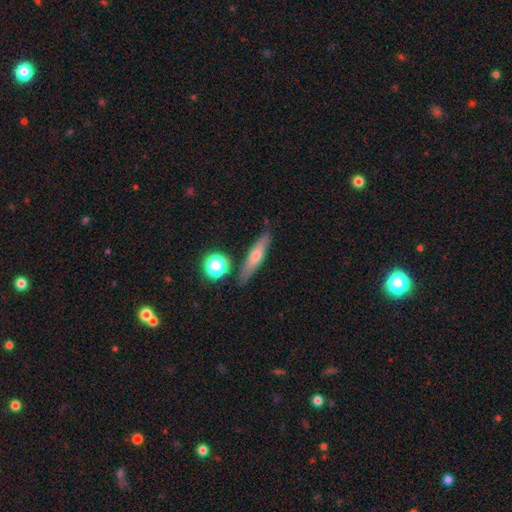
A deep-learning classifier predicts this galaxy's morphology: This is possibly a smooth galaxy (52%). How rounded: likely cigar-shaped (78%). Merging: clearly none (82%).